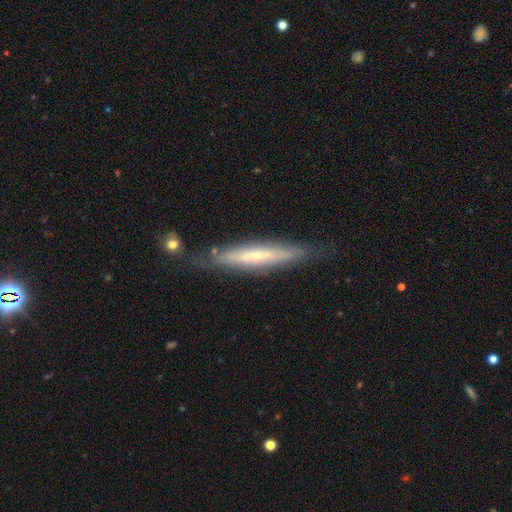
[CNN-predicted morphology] The model was most divided on "smooth or featured": featured or disk: 60%, smooth: 34%, star or artifact: 6%. More confident: edge-on disk — yes (82%); merging — none (76%).